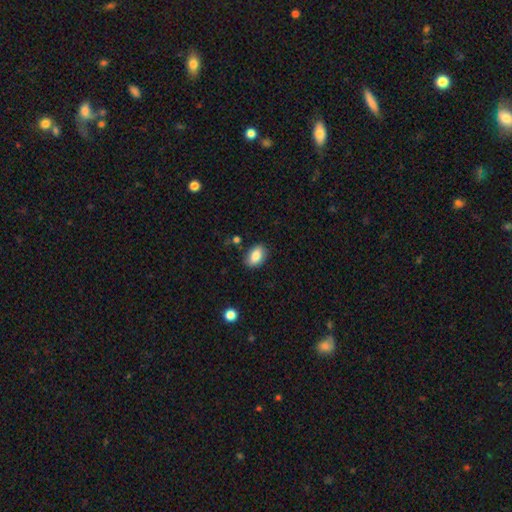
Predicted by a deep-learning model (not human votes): Morphology: type=smooth (83%); roundness=in between (87%); merging=none (84%).